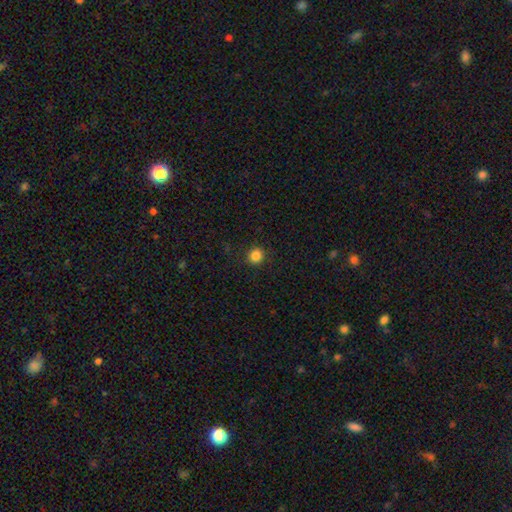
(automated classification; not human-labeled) smooth-or-featured: smooth: 85% | star or artifact: 11% | featured or disk: 4%
  how-rounded: round: 88% | in between: 11% | cigar-shaped: 1%
  merging: none: 91% | minor disturbance: 6% | major disturbance: 2% | merger: 1%